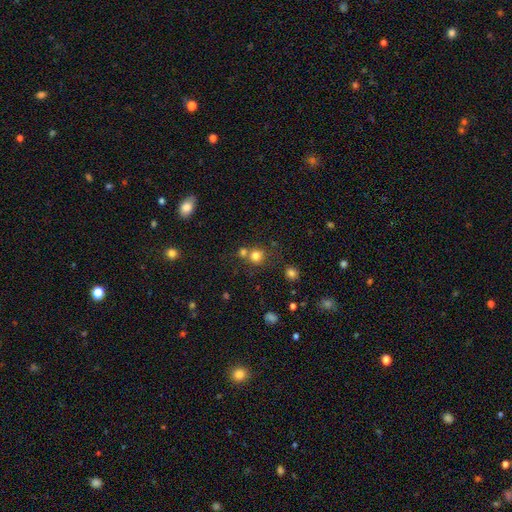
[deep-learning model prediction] Q: Smooth or featured?
A: smooth (77%); runner-up: star or artifact (15%)
Q: How rounded?
A: round (87%); runner-up: in between (12%)
Q: Merging?
A: none (55%); runner-up: merger (32%)